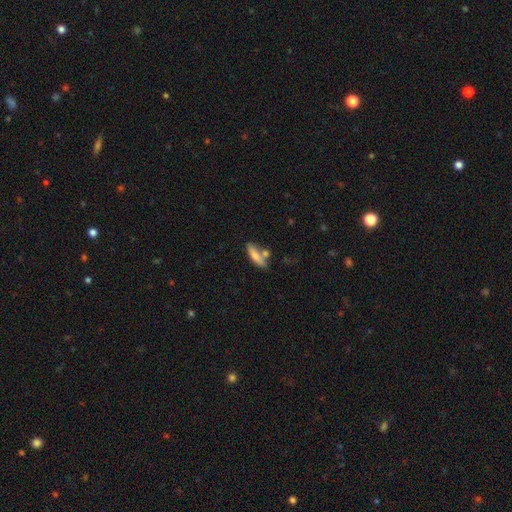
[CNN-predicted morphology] Smooth or featured?
  - smooth: 77% *
  - featured or disk: 17%
  - star or artifact: 7%
How rounded?
  - cigar-shaped: 60% *
  - in between: 38%
  - round: 3%
Merging?
  - none: 60% *
  - merger: 19%
  - minor disturbance: 16%
  - major disturbance: 4%